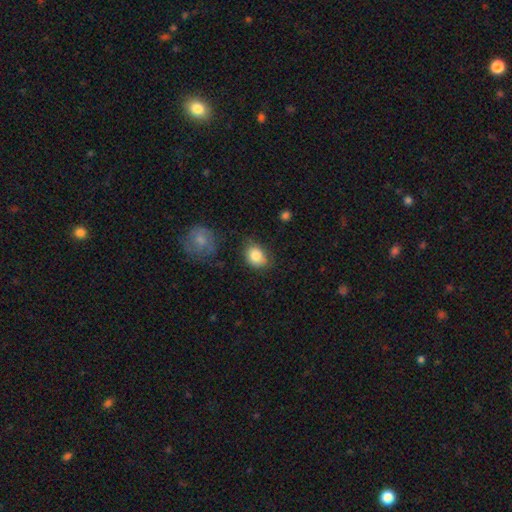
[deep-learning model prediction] smooth_or_featured: smooth (p=0.85) [alt: featured or disk p=0.08]
how_rounded: in between (p=0.58) [alt: round p=0.41]
merging: none (p=0.68) [alt: minor disturbance p=0.23]